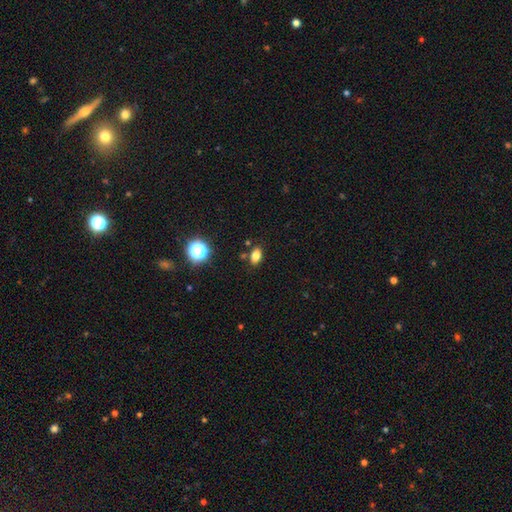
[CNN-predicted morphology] Smooth or featured: smooth — 80% (star or artifact — 14%)
How rounded: in between — 84% (round — 14%)
Merging: none — 82% (minor disturbance — 10%)